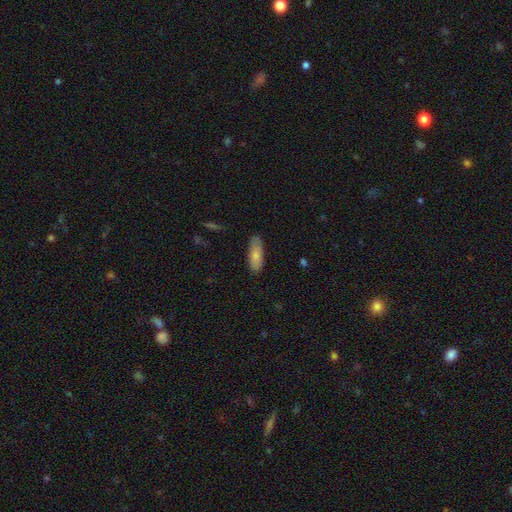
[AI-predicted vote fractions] The model was most divided on "how rounded": in between: 63%, cigar-shaped: 35%, round: 2%. More confident: smooth or featured — smooth (81%); merging — none (80%).